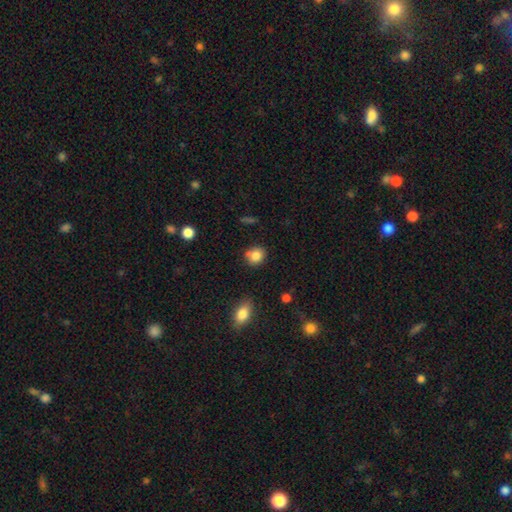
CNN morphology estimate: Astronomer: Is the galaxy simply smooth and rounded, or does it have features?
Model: smooth — 83%.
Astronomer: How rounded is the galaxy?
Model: round — 76%.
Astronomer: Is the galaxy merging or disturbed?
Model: none — 71%.